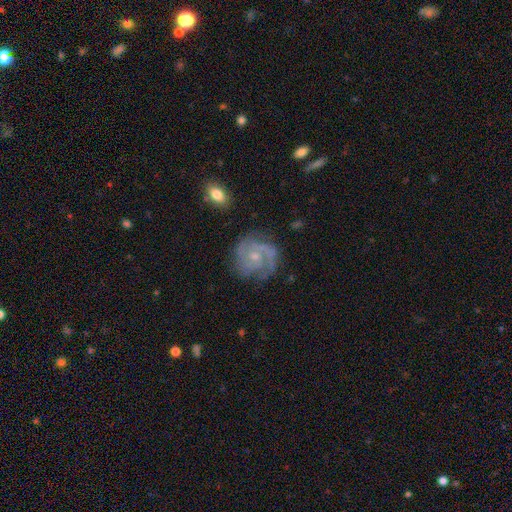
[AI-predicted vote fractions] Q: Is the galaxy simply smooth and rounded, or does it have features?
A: featured or disk — 85%.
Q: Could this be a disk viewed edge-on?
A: no — 98%.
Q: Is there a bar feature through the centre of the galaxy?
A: no — 68%.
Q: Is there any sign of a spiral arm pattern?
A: yes — 96%.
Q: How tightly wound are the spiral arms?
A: tight — 53%.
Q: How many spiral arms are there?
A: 2 — 50%.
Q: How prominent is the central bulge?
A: small — 65%.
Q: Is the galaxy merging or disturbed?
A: none — 73%.